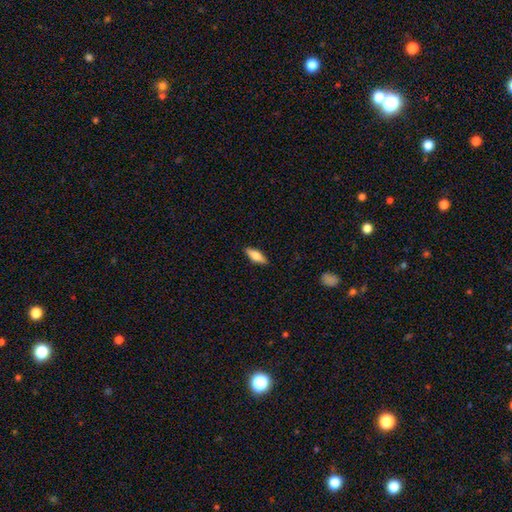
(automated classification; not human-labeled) Q: Smooth or featured?
A: smooth (67%); runner-up: featured or disk (27%)
Q: How rounded?
A: in between (59%); runner-up: cigar-shaped (38%)
Q: Merging?
A: none (88%); runner-up: minor disturbance (9%)